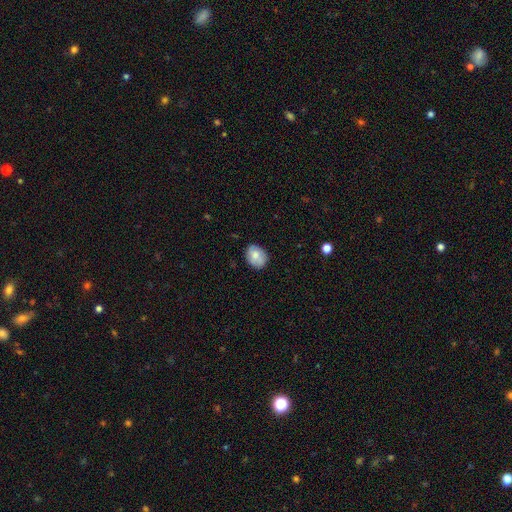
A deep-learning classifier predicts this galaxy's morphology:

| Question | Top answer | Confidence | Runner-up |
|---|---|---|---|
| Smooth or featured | smooth | 74% | featured or disk (18%) |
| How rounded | in between | 57% | round (42%) |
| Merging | none | 80% | minor disturbance (16%) |